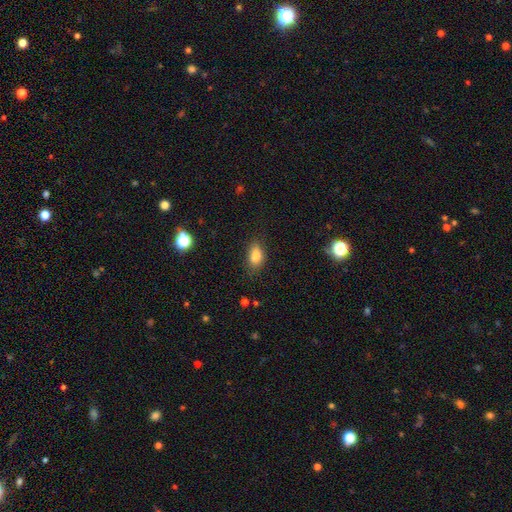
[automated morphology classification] The model was most divided on "merging": none: 75%, minor disturbance: 19%, major disturbance: 4%, merger: 2%. More confident: how rounded — in between (87%); smooth or featured — smooth (83%).